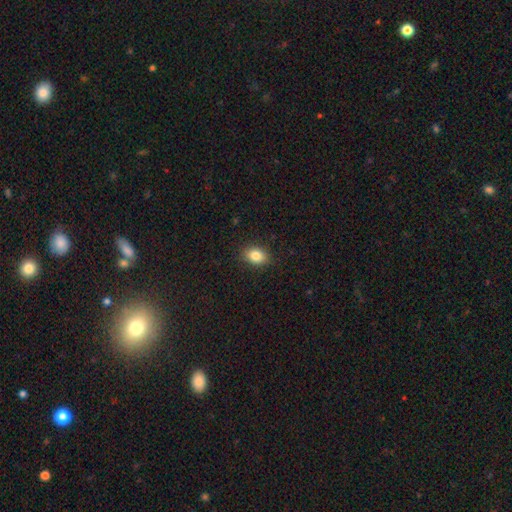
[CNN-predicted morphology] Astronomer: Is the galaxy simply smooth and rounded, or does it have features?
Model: smooth — 84%.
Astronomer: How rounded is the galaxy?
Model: in between — 74%.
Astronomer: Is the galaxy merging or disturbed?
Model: none — 88%.